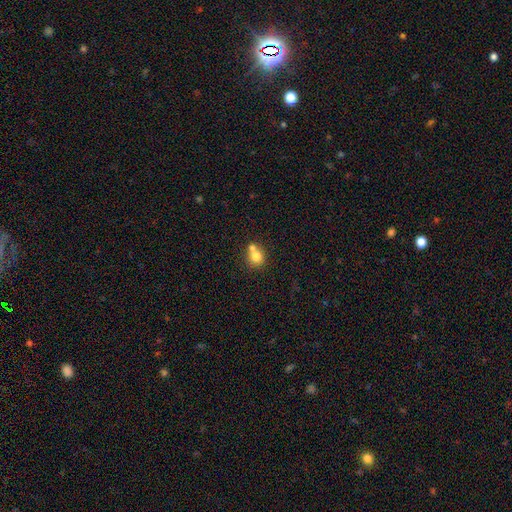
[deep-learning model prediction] Q: Smooth or featured?
A: smooth (76%); runner-up: featured or disk (13%)
Q: How rounded?
A: round (82%); runner-up: in between (17%)
Q: Merging?
A: merger (49%); runner-up: none (41%)